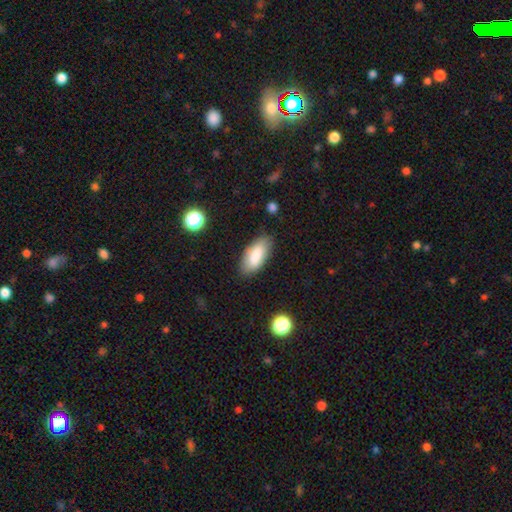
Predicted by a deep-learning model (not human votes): This is clearly a smooth galaxy (84%). How rounded: clearly in between (86%). Merging: clearly none (82%).